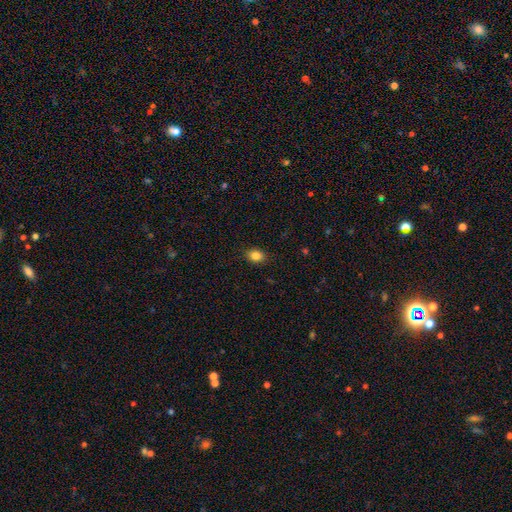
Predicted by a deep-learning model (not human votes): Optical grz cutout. It shows a smooth galaxy with no disk features (85%) that is in between round and cigar-shaped (60%). Merging: none (88%).